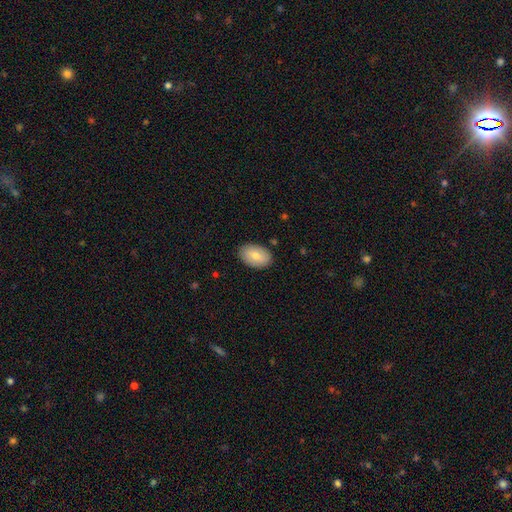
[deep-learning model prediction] This appears to be a smooth galaxy with no disk features (77%) that is in between round and cigar-shaped (89%). Merging: none (87%).